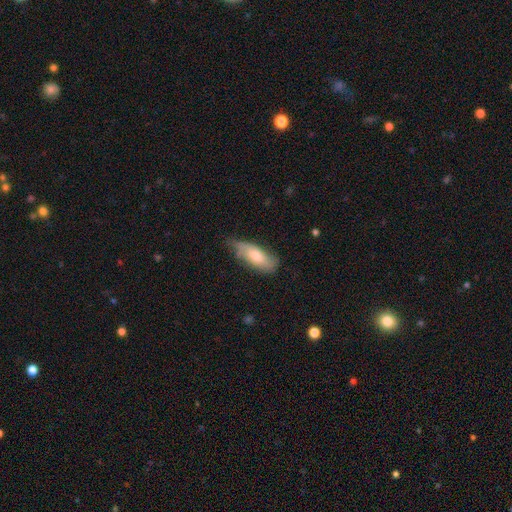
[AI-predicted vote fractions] Q: Smooth or featured?
A: smooth (62%); runner-up: featured or disk (32%)
Q: How rounded?
A: in between (77%); runner-up: cigar-shaped (20%)
Q: Merging?
A: none (55%); runner-up: minor disturbance (35%)